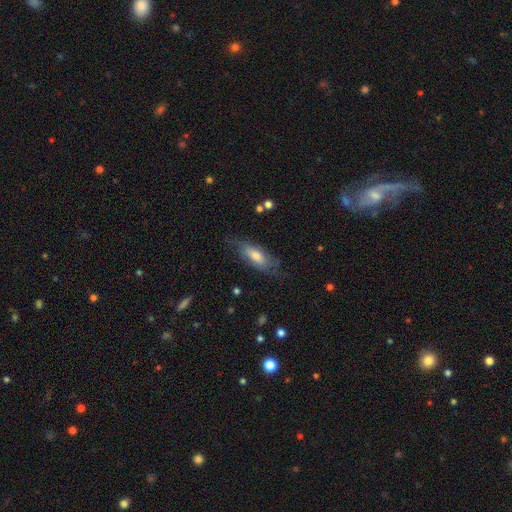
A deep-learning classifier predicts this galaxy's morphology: This appears to be a smooth galaxy with no disk features (57%) that is in between round and cigar-shaped (68%). Merging: none (65%).